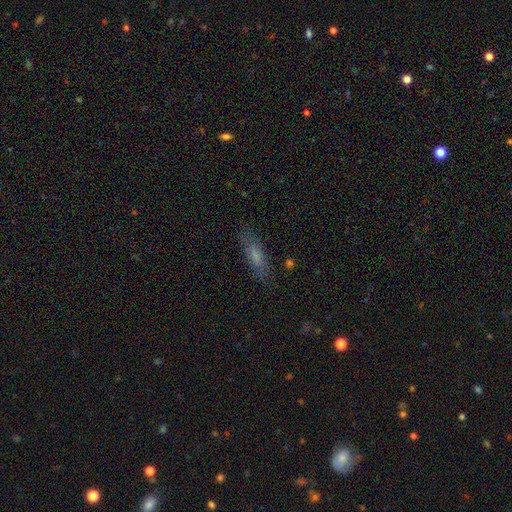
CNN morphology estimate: A smooth galaxy with no disk features (61%) that is cigar-shaped (57%). Merging: none (79%).